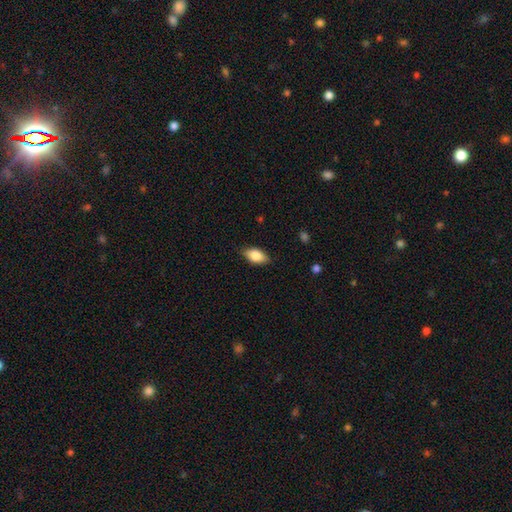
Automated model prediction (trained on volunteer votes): Smooth or featured: smooth — 80% (featured or disk — 13%)
How rounded: in between — 90% (cigar-shaped — 5%)
Merging: none — 83% (minor disturbance — 13%)